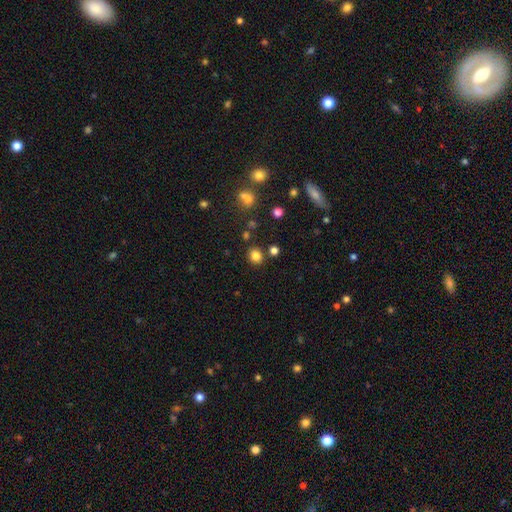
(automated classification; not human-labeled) Q: Smooth or featured?
A: smooth (81%); runner-up: star or artifact (14%)
Q: How rounded?
A: round (76%); runner-up: in between (23%)
Q: Merging?
A: none (84%); runner-up: minor disturbance (8%)